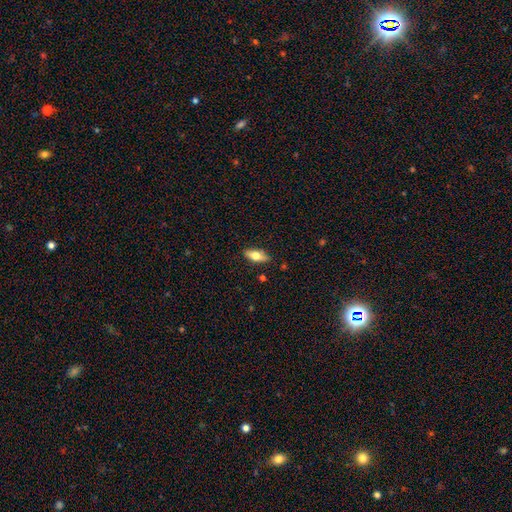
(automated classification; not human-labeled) Overall: smooth (60%; featured or disk 33%). How rounded: in between (74%). Merging: none (85%).